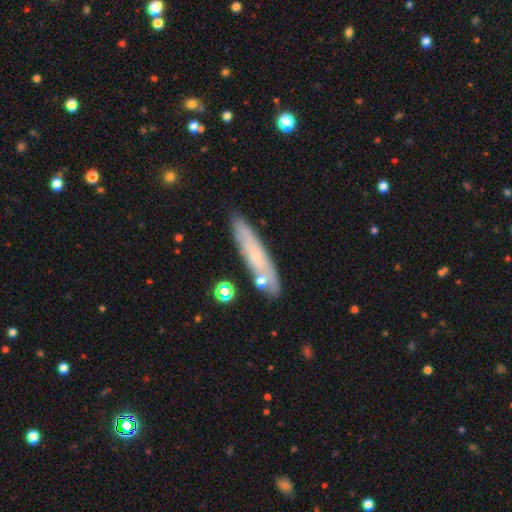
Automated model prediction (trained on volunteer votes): A smooth galaxy with no disk features (51%) that is cigar-shaped (86%).

Vote fractions:
- Smooth or featured? smooth: 51% / featured or disk: 41% / star or artifact: 8%
- How rounded? cigar-shaped: 86% / in between: 12% / round: 2%
- Merging? none: 80% / minor disturbance: 13% / merger: 5% / major disturbance: 3%